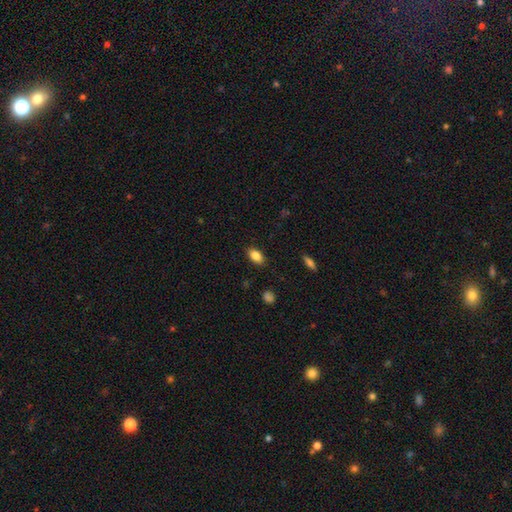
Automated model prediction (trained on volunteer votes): This appears to be a smooth galaxy with no disk features (86%) that is in between round and cigar-shaped (90%). Merging: none (87%).